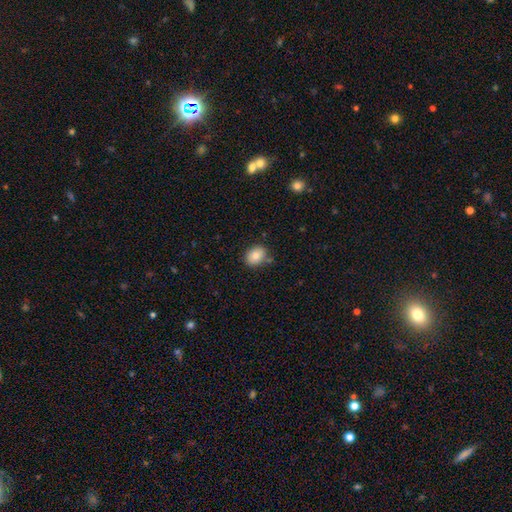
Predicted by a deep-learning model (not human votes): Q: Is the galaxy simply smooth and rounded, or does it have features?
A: smooth — 81%.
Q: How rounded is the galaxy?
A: in between — 50%.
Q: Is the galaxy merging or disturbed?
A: none — 78%.